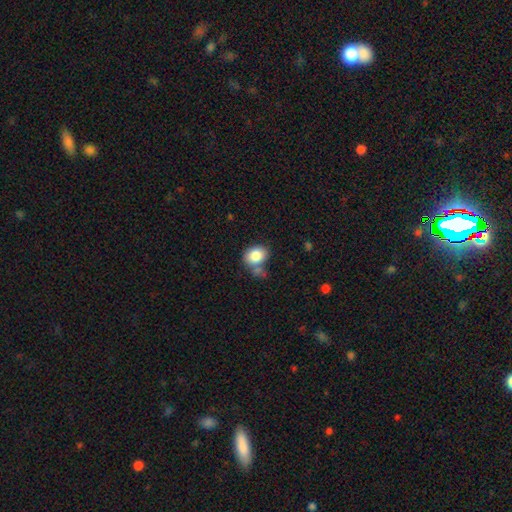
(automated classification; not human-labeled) Smooth or featured?
  - smooth: 83% *
  - star or artifact: 8%
  - featured or disk: 8%
How rounded?
  - in between: 53% *
  - round: 46%
  - cigar-shaped: 1%
Merging?
  - none: 57% *
  - minor disturbance: 19%
  - merger: 17%
  - major disturbance: 6%